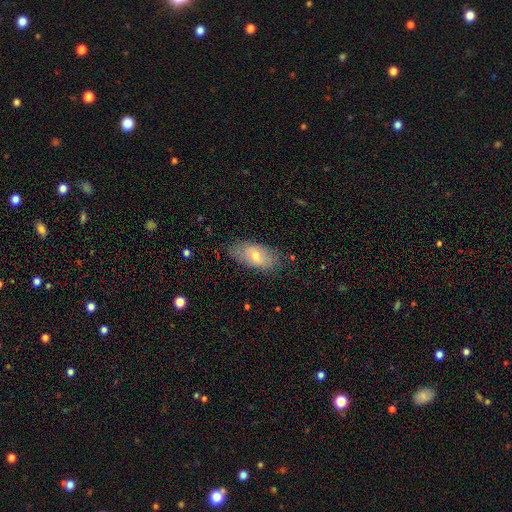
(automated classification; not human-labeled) smooth-or-featured: smooth: 63% | featured or disk: 29% | star or artifact: 8%
  how-rounded: in between: 89% | cigar-shaped: 7% | round: 4%
  merging: none: 77% | minor disturbance: 18% | major disturbance: 4% | merger: 1%